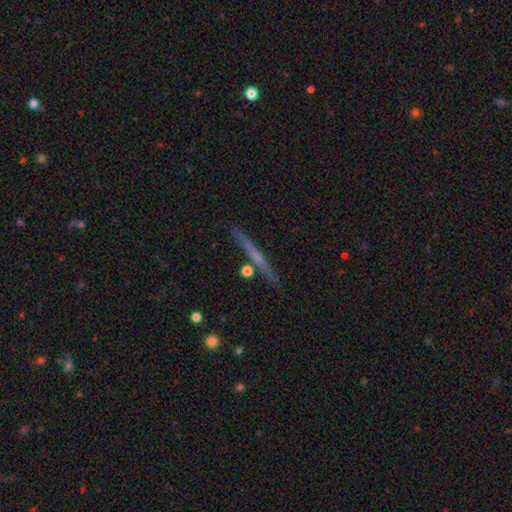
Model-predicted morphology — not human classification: type=featured or disk (60%); edge-on=yes (97%); edge-on bulge=none (64%); merging=none (88%).